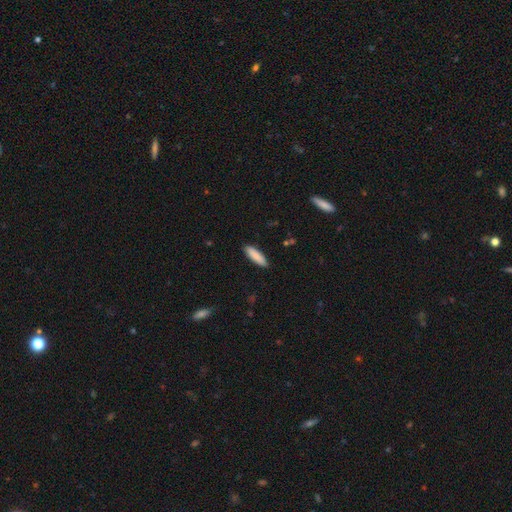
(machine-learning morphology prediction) type=smooth (87%); roundness=cigar-shaped (64%); merging=none (89%).